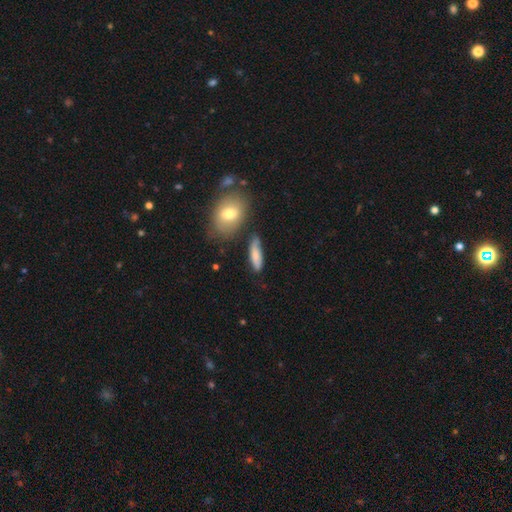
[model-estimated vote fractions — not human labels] Smooth or featured? smooth (73%)
How rounded? cigar-shaped (54%)
Merging? none (63%)